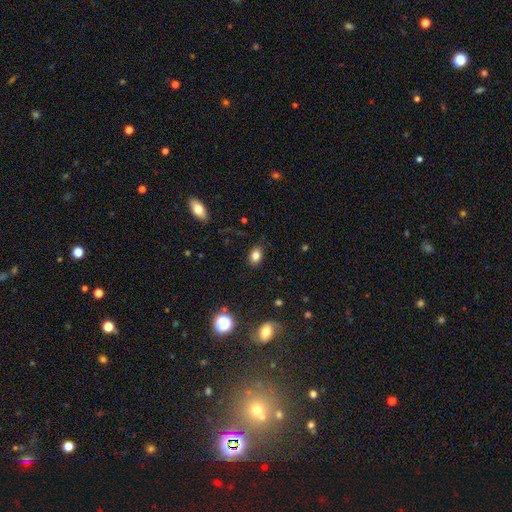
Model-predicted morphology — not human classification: Overall: smooth (81%). How rounded: in between (75%). Merging: none (86%).